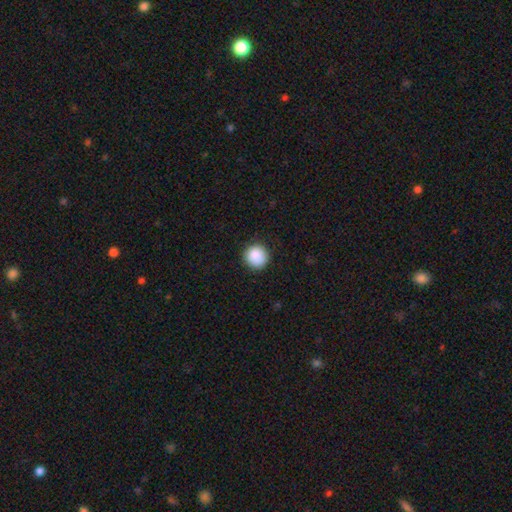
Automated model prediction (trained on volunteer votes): This is clearly a smooth galaxy (89%). How rounded: clearly round (94%). Merging: clearly none (89%).